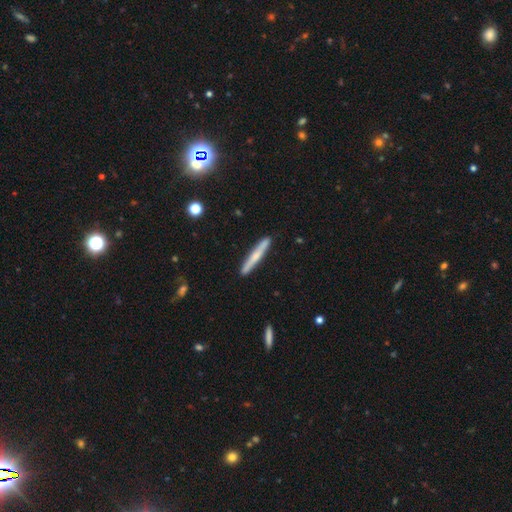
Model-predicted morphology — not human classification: A smooth galaxy with no disk features (52%) that is cigar-shaped (95%). Merging: none (89%).